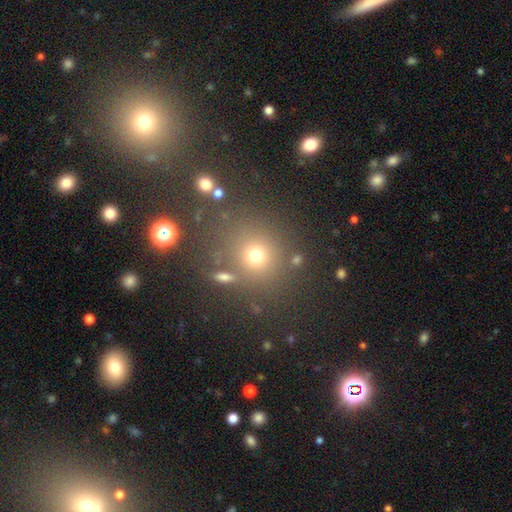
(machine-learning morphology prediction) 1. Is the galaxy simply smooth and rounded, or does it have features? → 68% smooth, 23% star or artifact, 9% featured or disk.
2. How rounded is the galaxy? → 85% round, 14% in between, 1% cigar-shaped.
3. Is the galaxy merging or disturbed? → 75% none, 11% minor disturbance, 8% merger, 6% major disturbance.